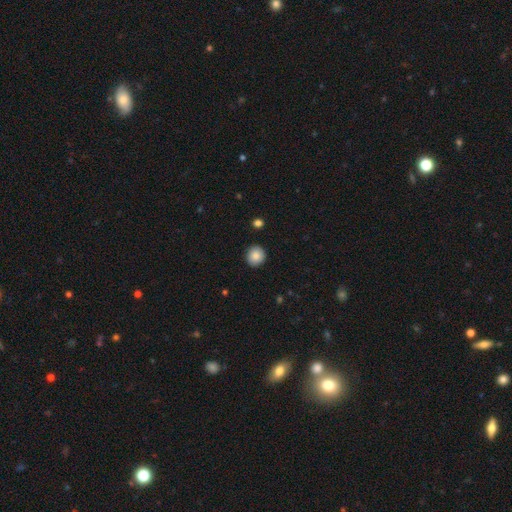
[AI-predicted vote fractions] Q: Smooth or featured?
A: smooth (86%); runner-up: star or artifact (8%)
Q: How rounded?
A: round (90%); runner-up: in between (9%)
Q: Merging?
A: none (91%); runner-up: minor disturbance (6%)